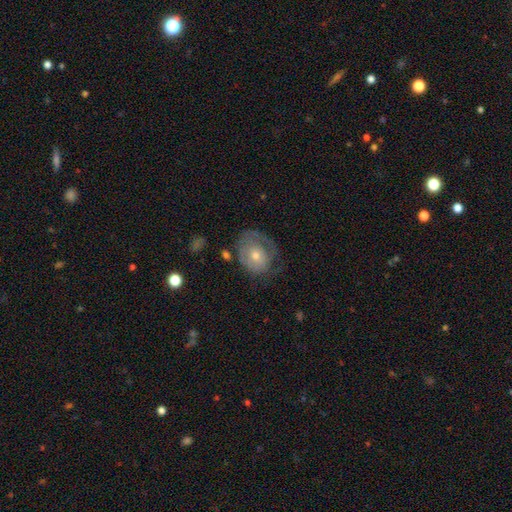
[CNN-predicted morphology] Smooth or featured? Predicted: featured or disk (p=0.52). Edge-on disk? Predicted: no (p=0.96). Merging? Predicted: none (p=0.52).